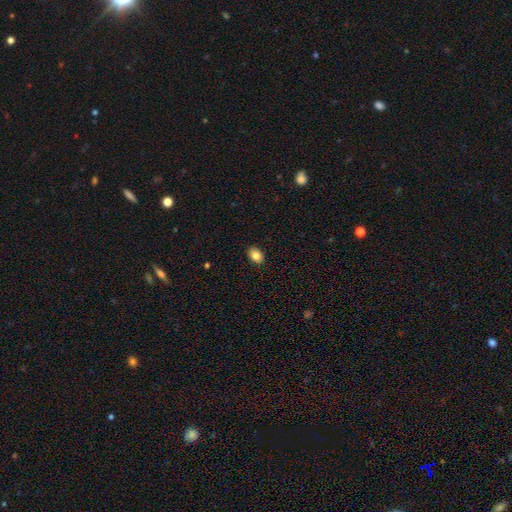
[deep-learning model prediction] Morphology: type=smooth (84%); roundness=in between (75%); merging=none (90%).